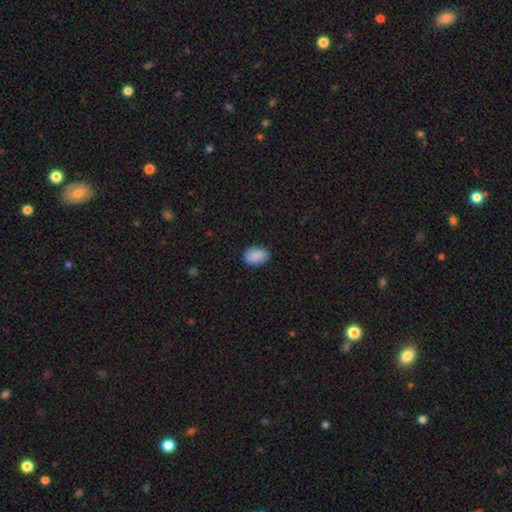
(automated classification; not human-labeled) Smooth or featured? smooth (87%)
How rounded? in between (86%)
Merging? none (84%)